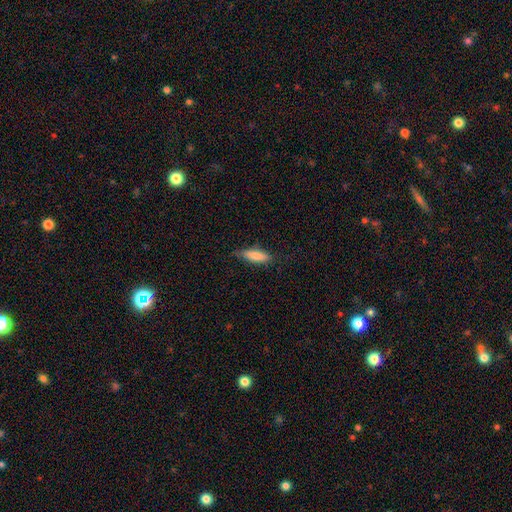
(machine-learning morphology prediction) Q: Smooth or featured?
A: smooth (78%); runner-up: featured or disk (16%)
Q: How rounded?
A: cigar-shaped (51%); runner-up: in between (48%)
Q: Merging?
A: none (74%); runner-up: minor disturbance (21%)